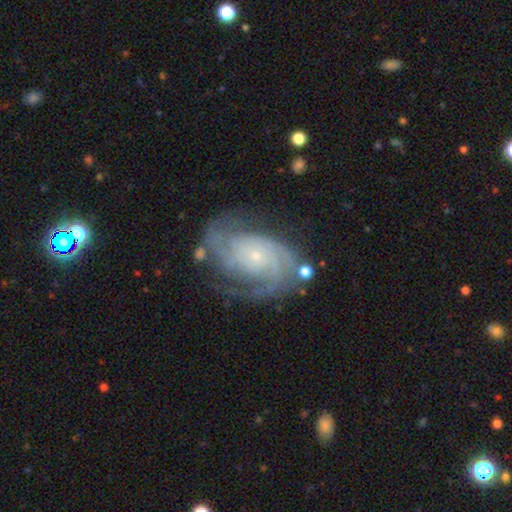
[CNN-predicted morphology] This appears to be a featured or disk galaxy (89%) with no bar (76%), 2 (30%) tight (60%) spiral arms (97%) and a small central bulge (82%). Merging: none (67%).